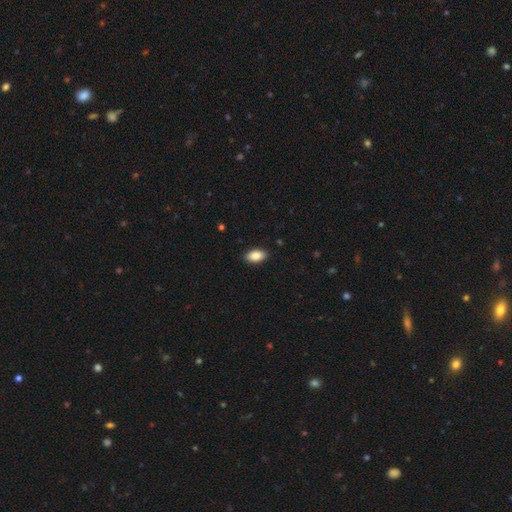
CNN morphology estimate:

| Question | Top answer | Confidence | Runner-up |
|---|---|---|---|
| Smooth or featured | smooth | 87% | star or artifact (7%) |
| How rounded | in between | 93% | round (4%) |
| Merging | none | 89% | minor disturbance (8%) |